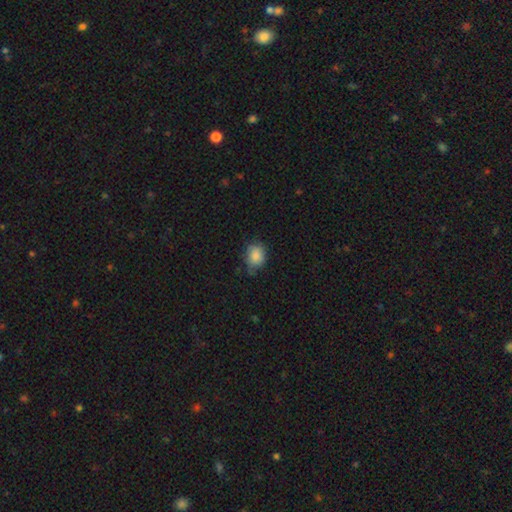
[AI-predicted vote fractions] Morphology: type=smooth (84%); roundness=round (56%); merging=none (63%).